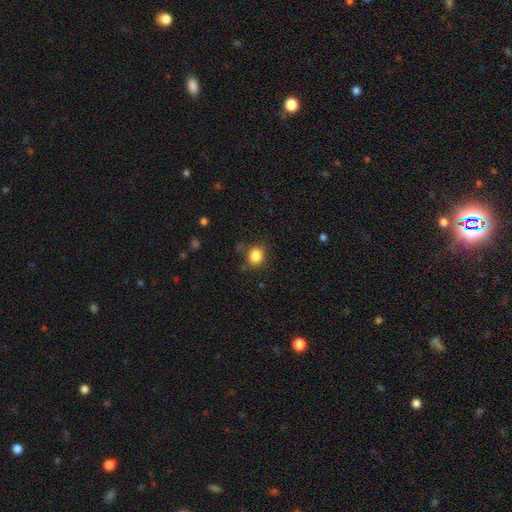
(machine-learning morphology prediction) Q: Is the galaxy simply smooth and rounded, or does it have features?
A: smooth — 84%.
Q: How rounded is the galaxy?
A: round — 73%.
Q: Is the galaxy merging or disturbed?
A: none — 81%.